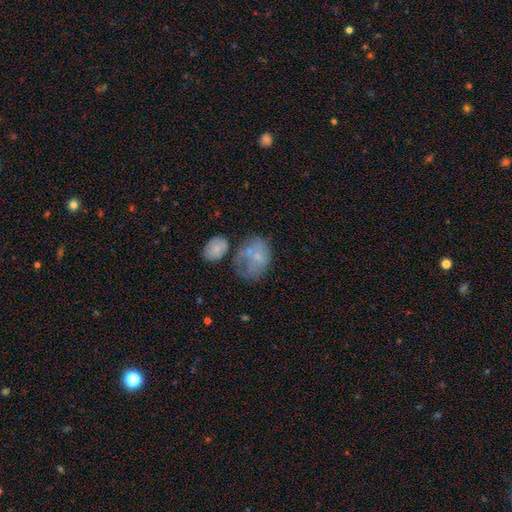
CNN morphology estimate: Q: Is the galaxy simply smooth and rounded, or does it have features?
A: smooth — 57%.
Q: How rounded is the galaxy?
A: in between — 71%.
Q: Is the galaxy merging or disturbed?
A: none — 27%.